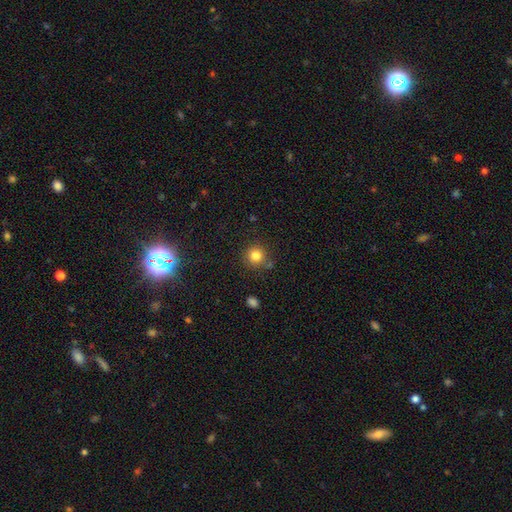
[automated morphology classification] smooth-or-featured: smooth: 82% | star or artifact: 12% | featured or disk: 6%
  how-rounded: round: 93% | in between: 6% | cigar-shaped: 1%
  merging: none: 81% | minor disturbance: 10% | merger: 6% | major disturbance: 3%